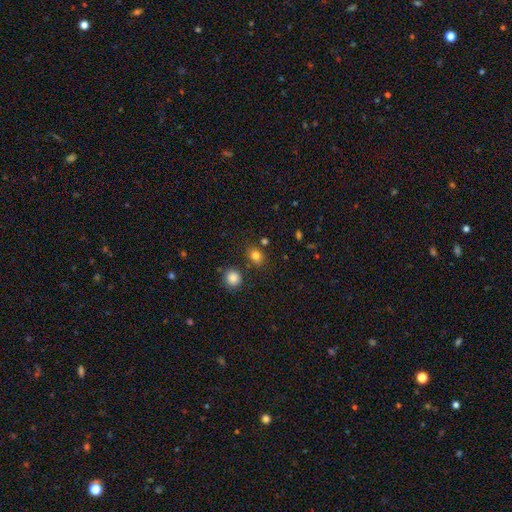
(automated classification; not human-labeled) Morphology: type=smooth (81%); roundness=in between (50%); merging=none (77%).